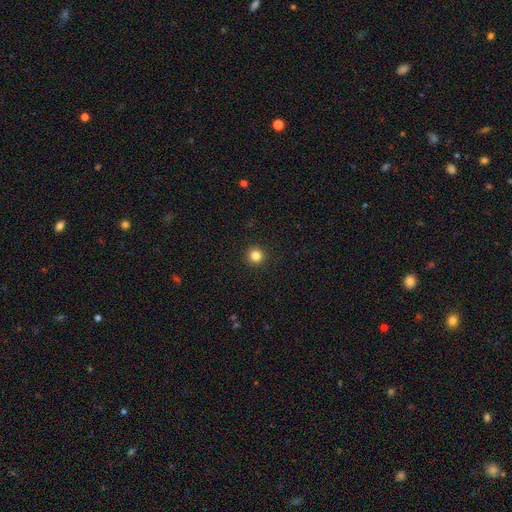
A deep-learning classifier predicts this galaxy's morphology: Smooth or featured? smooth (84%)
How rounded? round (96%)
Merging? none (93%)